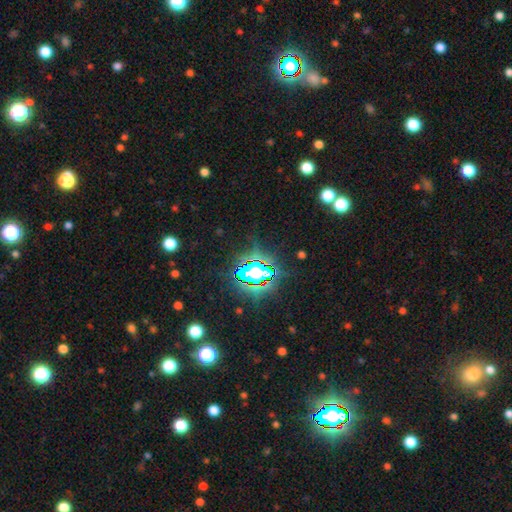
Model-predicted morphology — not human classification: Smooth or featured? star or artifact (74%)